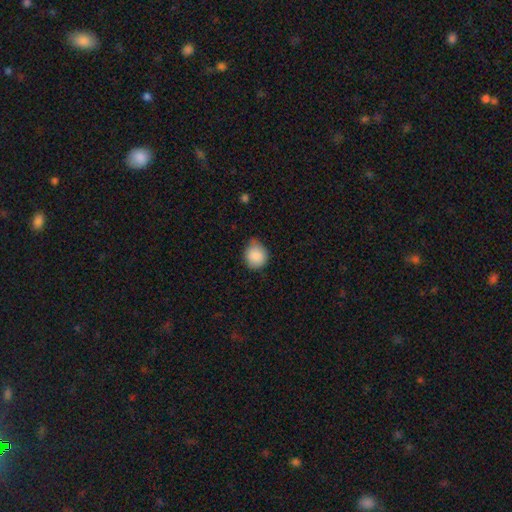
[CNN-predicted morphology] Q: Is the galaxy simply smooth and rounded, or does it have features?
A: smooth — 88%.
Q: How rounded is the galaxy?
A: round — 82%.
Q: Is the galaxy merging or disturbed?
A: none — 64%.